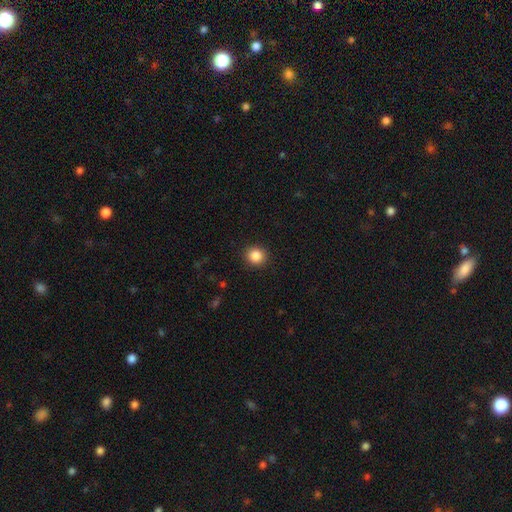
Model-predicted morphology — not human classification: This is clearly a smooth galaxy (86%). How rounded: clearly round (90%). Merging: clearly none (91%).